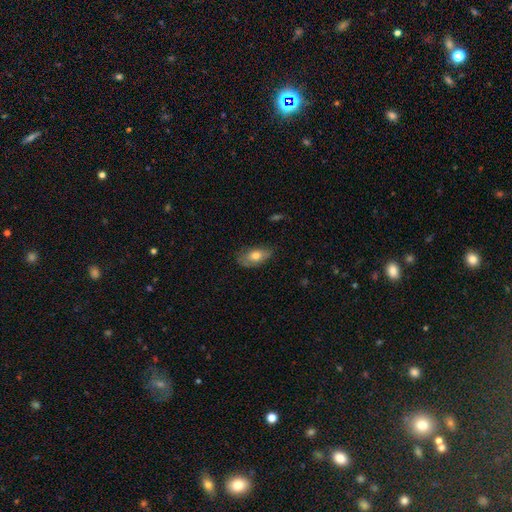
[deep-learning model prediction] A smooth galaxy with no disk features (72%) that is in between round and cigar-shaped (89%). Merging: none (63%).